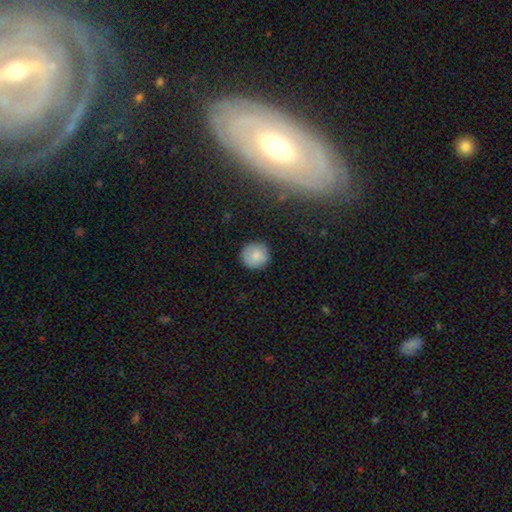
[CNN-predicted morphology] smooth_or_featured: smooth (p=0.83) [alt: star or artifact p=0.09]
how_rounded: round (p=0.94) [alt: in between p=0.05]
merging: none (p=0.88) [alt: minor disturbance p=0.09]